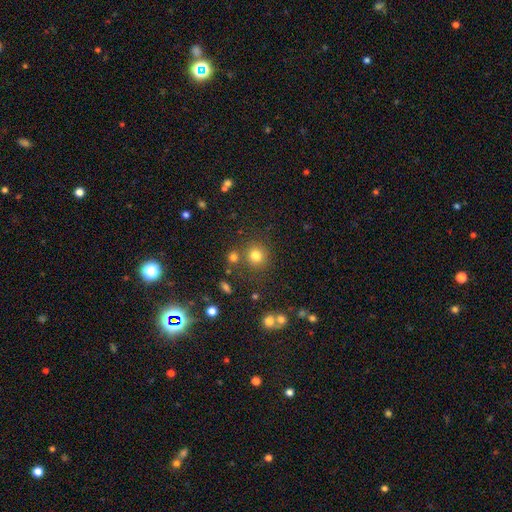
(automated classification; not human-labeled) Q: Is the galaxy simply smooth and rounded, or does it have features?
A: smooth — 78%.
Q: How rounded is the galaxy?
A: round — 90%.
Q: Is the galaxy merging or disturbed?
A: none — 78%.